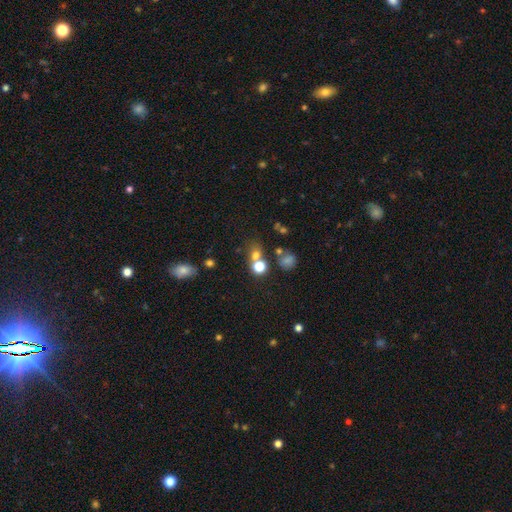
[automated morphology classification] Overall: smooth (67%). How rounded: round (75%). Merging: none (54%; merger 32%).